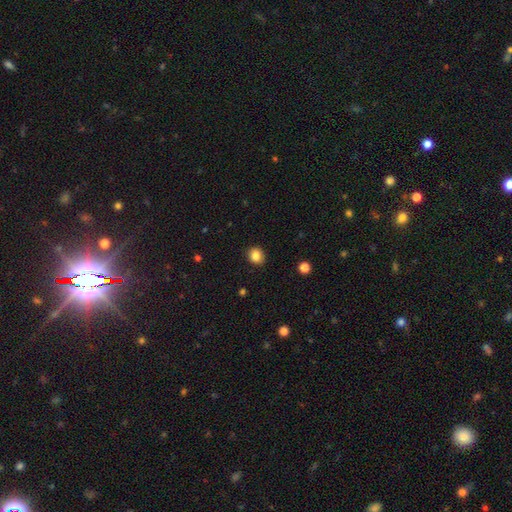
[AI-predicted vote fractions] A smooth galaxy with no disk features (85%) that is round (69%). Merging: none (88%).